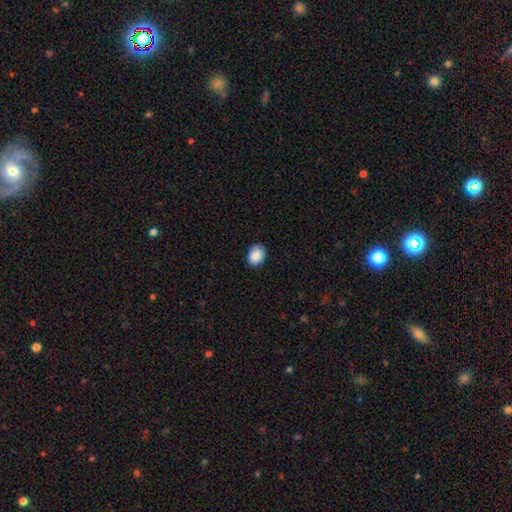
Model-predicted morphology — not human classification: Smooth or featured? smooth (89%)
How rounded? in between (70%)
Merging? none (84%)